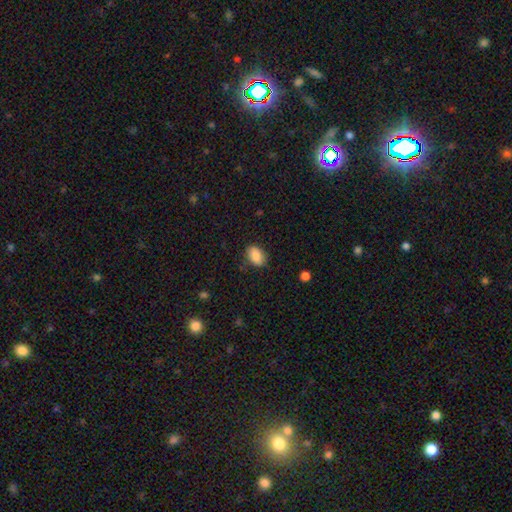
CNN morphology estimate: The model was most divided on "merging": none: 80%, minor disturbance: 15%, major disturbance: 3%, merger: 1%. More confident: smooth or featured — smooth (88%); how rounded — in between (87%).